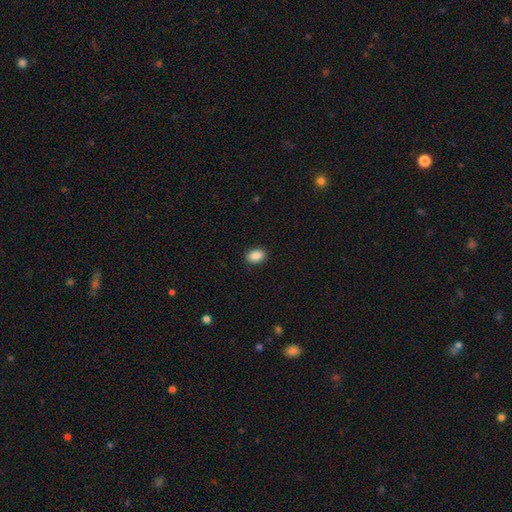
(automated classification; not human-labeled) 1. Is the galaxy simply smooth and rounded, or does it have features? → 89% smooth, 8% star or artifact, 3% featured or disk.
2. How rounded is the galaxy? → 82% in between, 17% round, 1% cigar-shaped.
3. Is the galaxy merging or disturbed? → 90% none, 7% minor disturbance, 2% major disturbance, 1% merger.